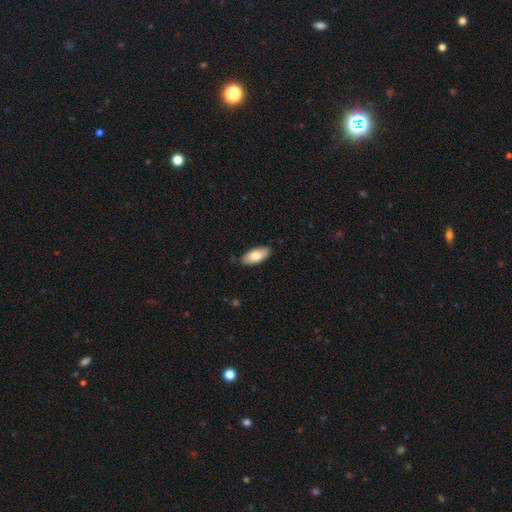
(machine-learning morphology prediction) smooth-or-featured: smooth: 79% | featured or disk: 15% | star or artifact: 6%
  how-rounded: in between: 89% | cigar-shaped: 9% | round: 2%
  merging: none: 85% | minor disturbance: 12% | major disturbance: 2% | merger: 1%